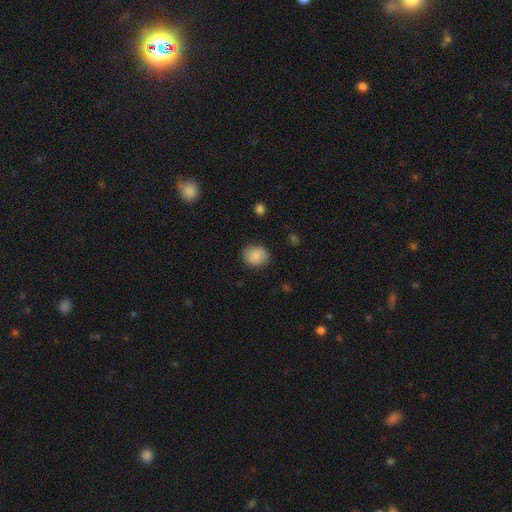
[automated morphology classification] Smooth or featured: smooth — 83% (featured or disk — 9%)
How rounded: round — 70% (in between — 29%)
Merging: none — 82% (minor disturbance — 13%)